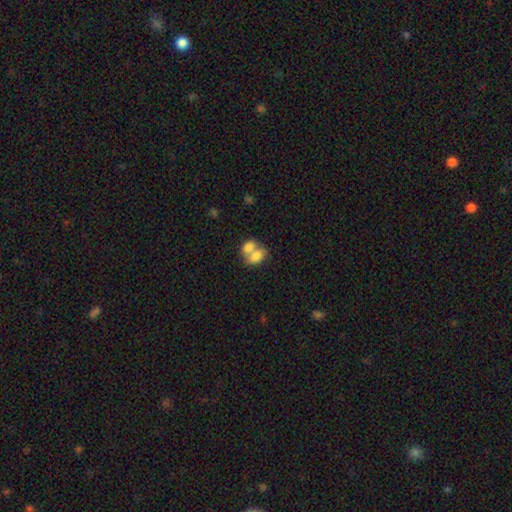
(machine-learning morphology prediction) Overall: smooth (76%). How rounded: in between (83%). Merging: merger (70%).